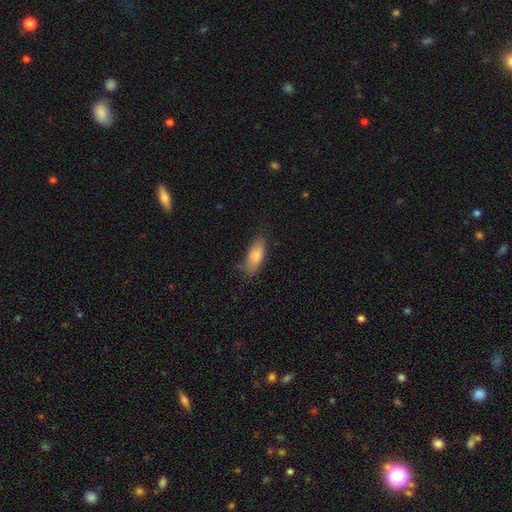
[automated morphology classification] Smooth or featured: smooth — 78% (featured or disk — 15%)
How rounded: in between — 74% (cigar-shaped — 24%)
Merging: none — 70% (minor disturbance — 23%)